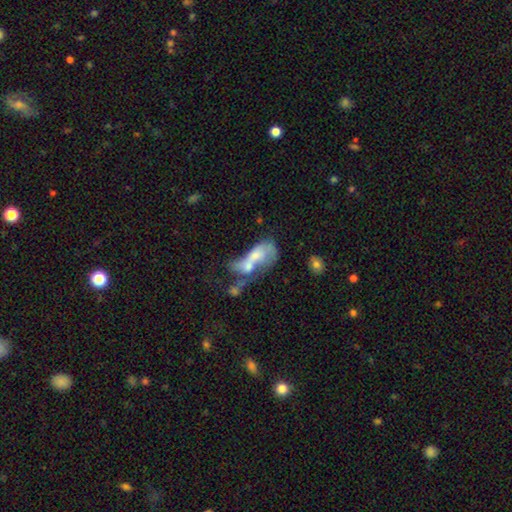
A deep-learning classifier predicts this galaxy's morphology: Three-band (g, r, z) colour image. It shows a featured or disk galaxy (46%). Merging: merger (62%).